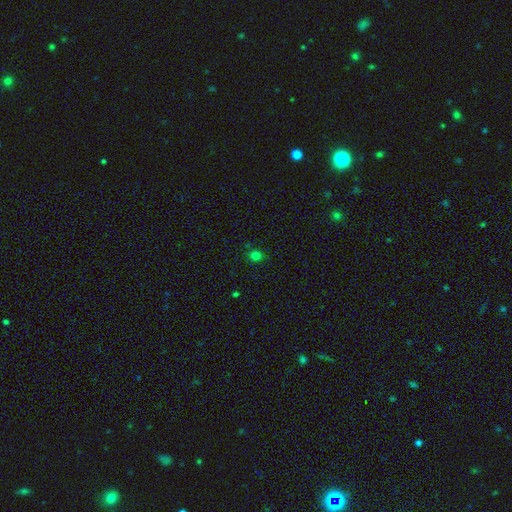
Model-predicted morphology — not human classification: This is likely a smooth galaxy (76%). How rounded: likely round (76%). Merging: clearly none (86%).